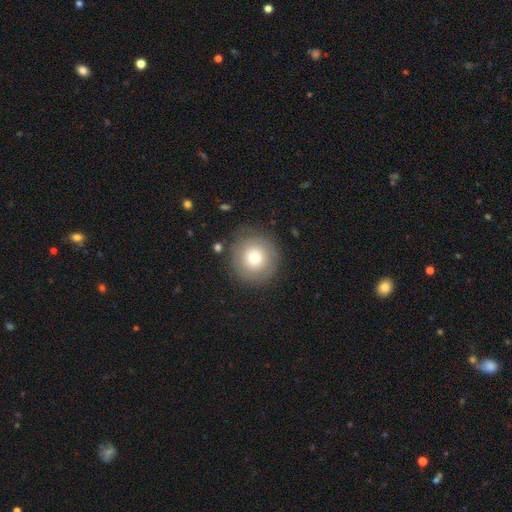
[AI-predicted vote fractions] smooth-or-featured: smooth: 64% | featured or disk: 25% | star or artifact: 11%
  how-rounded: round: 94% | in between: 5% | cigar-shaped: 1%
  merging: none: 85% | minor disturbance: 10% | major disturbance: 4% | merger: 2%